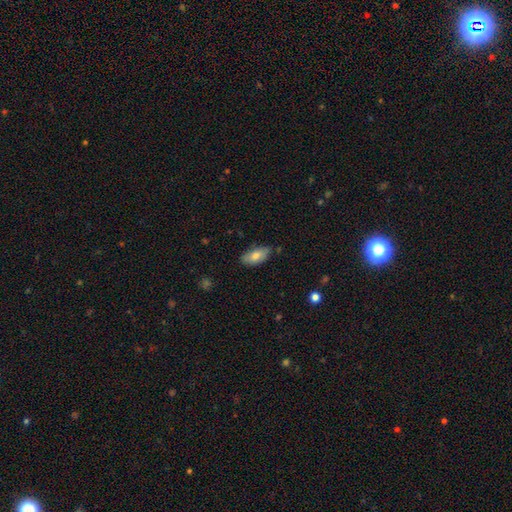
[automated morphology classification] Overall: smooth (74%). How rounded: in between (92%). Merging: none (77%).